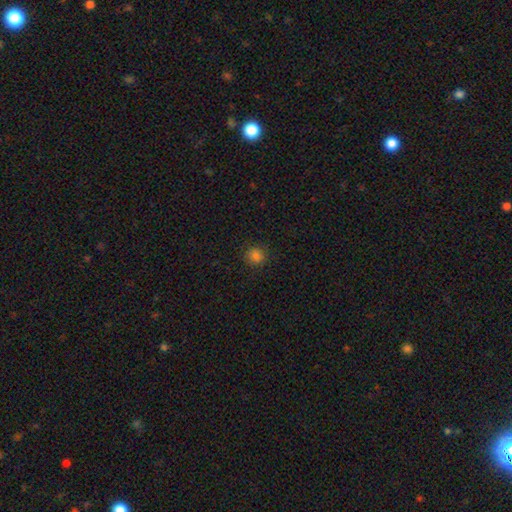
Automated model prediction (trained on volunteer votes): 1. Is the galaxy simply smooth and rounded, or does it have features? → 82% smooth, 14% star or artifact, 4% featured or disk.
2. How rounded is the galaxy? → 87% round, 12% in between, 1% cigar-shaped.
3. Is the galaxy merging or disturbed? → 88% none, 9% minor disturbance, 3% major disturbance, 1% merger.